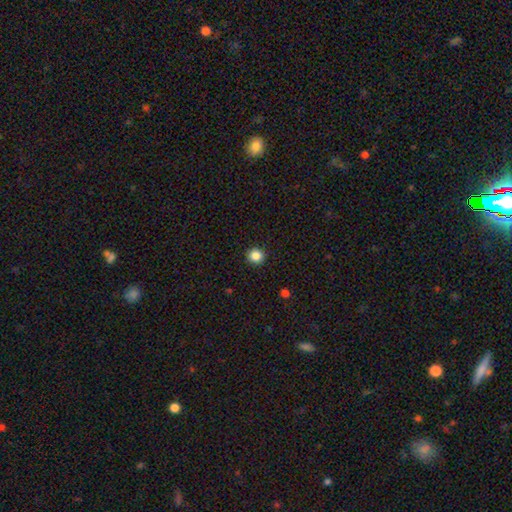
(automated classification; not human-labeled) smooth_or_featured: smooth (p=0.86) [alt: star or artifact p=0.11]
how_rounded: round (p=0.94) [alt: in between p=0.05]
merging: none (p=0.93) [alt: minor disturbance p=0.04]